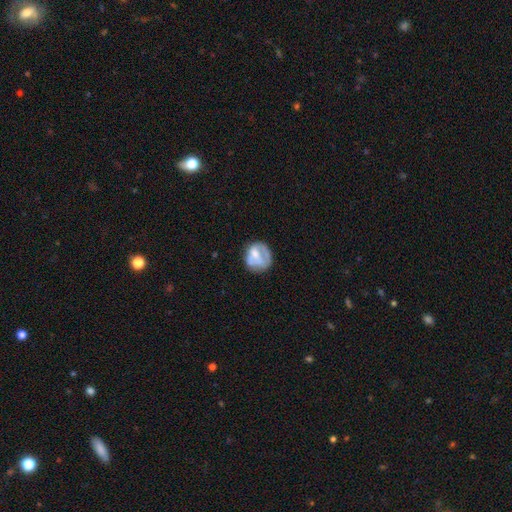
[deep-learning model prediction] Smooth or featured? Predicted: smooth (p=0.48). Merging? Predicted: none (p=0.52).